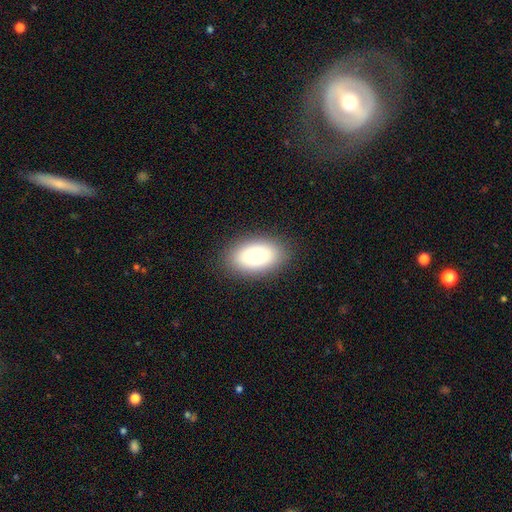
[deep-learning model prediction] Smooth or featured: smooth — 74% (featured or disk — 18%)
How rounded: in between — 90% (round — 9%)
Merging: none — 87% (minor disturbance — 9%)